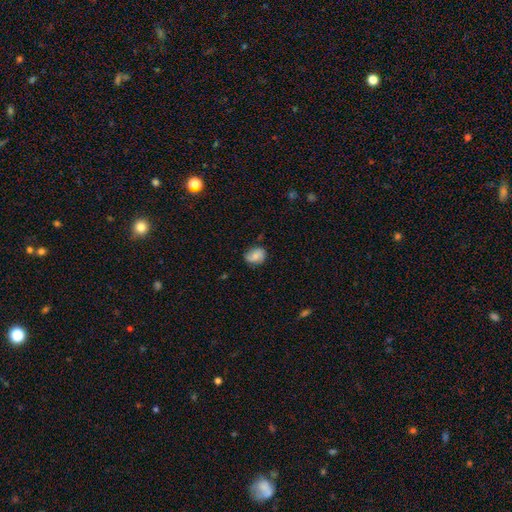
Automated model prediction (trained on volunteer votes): A smooth galaxy with no disk features (73%) that is in between round and cigar-shaped (62%).

Vote fractions:
- Smooth or featured? smooth: 73% / featured or disk: 19% / star or artifact: 9%
- How rounded? in between: 62% / round: 37% / cigar-shaped: 1%
- Merging? none: 67% / minor disturbance: 26% / major disturbance: 6% / merger: 2%